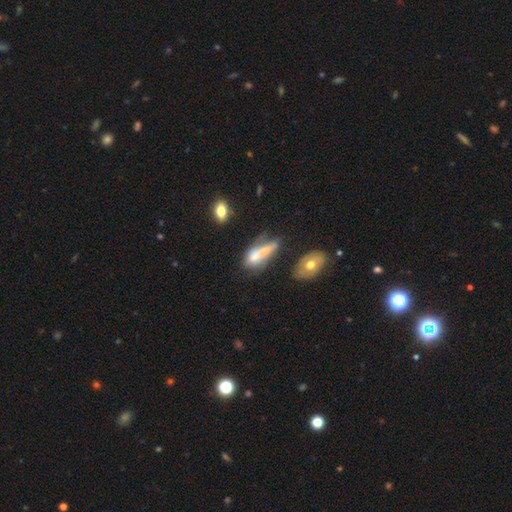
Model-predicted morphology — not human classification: This is possibly a smooth galaxy (54%). How rounded: likely in between (60%). Merging: marginally merger (29%, tied with none).